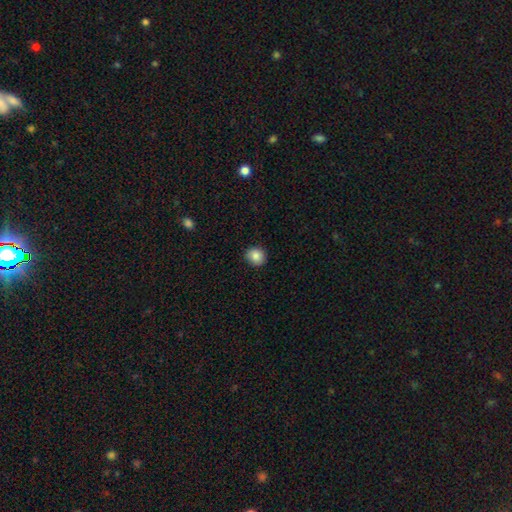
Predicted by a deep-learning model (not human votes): A smooth galaxy with no disk features (86%) that is round (83%).

Vote fractions:
- Smooth or featured? smooth: 86% / star or artifact: 9% / featured or disk: 5%
- How rounded? round: 83% / in between: 16% / cigar-shaped: 1%
- Merging? none: 90% / minor disturbance: 8% / major disturbance: 2% / merger: 1%